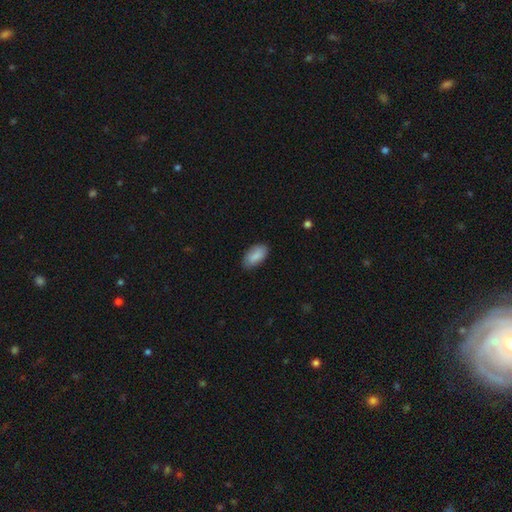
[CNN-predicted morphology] smooth 88%, star or artifact 6%, featured or disk 6%. Down the decision tree: how rounded — in between (94%); merging — none (82%).